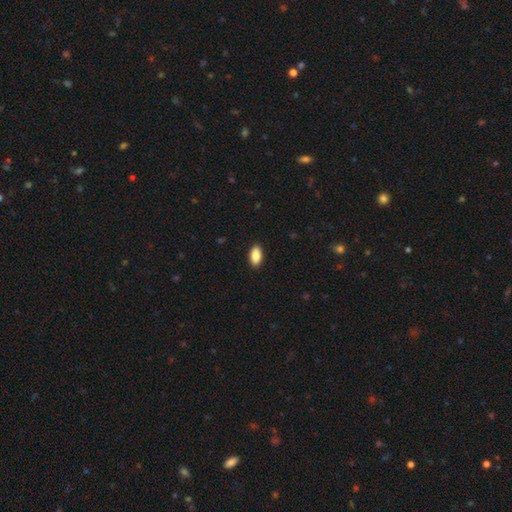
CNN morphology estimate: A smooth galaxy with no disk features (87%) that is in between round and cigar-shaped (93%).

Vote fractions:
- Smooth or featured? smooth: 87% / star or artifact: 7% / featured or disk: 6%
- How rounded? in between: 93% / cigar-shaped: 4% / round: 3%
- Merging? none: 90% / minor disturbance: 7% / major disturbance: 2% / merger: 1%